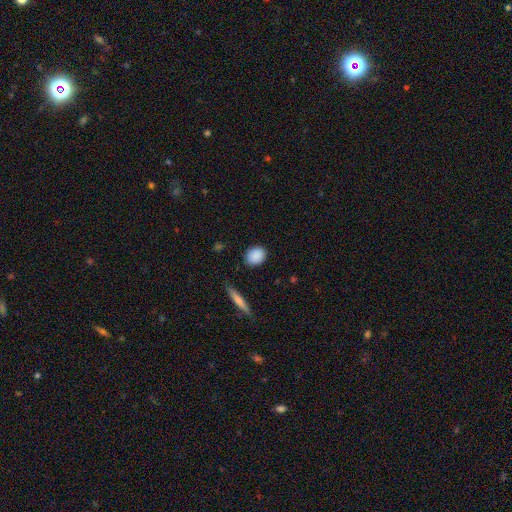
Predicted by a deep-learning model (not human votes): Smooth or featured?
  - smooth: 88% *
  - star or artifact: 7%
  - featured or disk: 4%
How rounded?
  - round: 55% *
  - in between: 43%
  - cigar-shaped: 3%
Merging?
  - none: 87% *
  - minor disturbance: 9%
  - major disturbance: 2%
  - merger: 2%